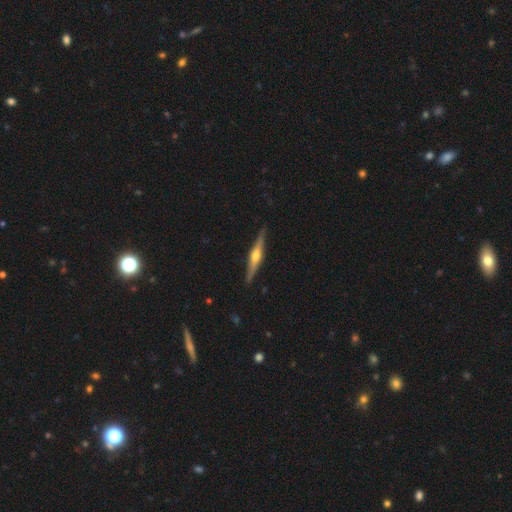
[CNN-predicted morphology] Smooth or featured?
  - featured or disk: 71% *
  - smooth: 23%
  - star or artifact: 5%
Edge-on disk?
  - yes: 97% *
  - no: 3%
Edge-on bulge?
  - rounded: 89% *
  - boxy: 7%
  - none: 4%
Merging?
  - none: 88% *
  - minor disturbance: 9%
  - major disturbance: 2%
  - merger: 1%